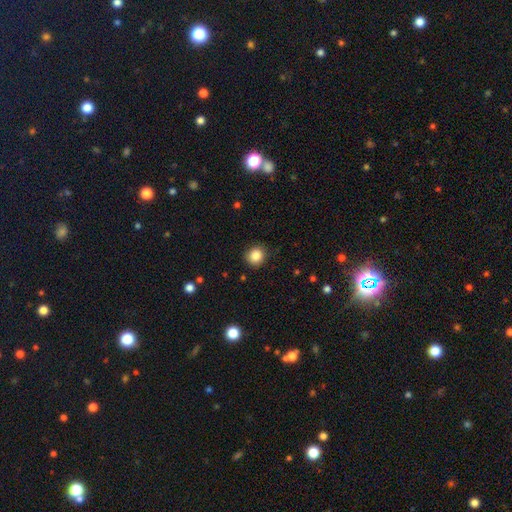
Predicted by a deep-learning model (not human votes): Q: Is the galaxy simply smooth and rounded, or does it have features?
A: smooth — 87%.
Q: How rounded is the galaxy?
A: round — 87%.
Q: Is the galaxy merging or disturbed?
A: none — 89%.